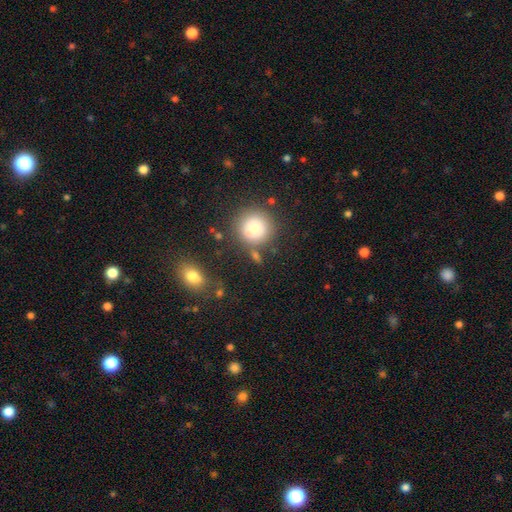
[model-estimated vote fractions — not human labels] Smooth or featured: smooth — 72% (featured or disk — 14%)
How rounded: round — 86% (in between — 12%)
Merging: none — 77% (minor disturbance — 12%)